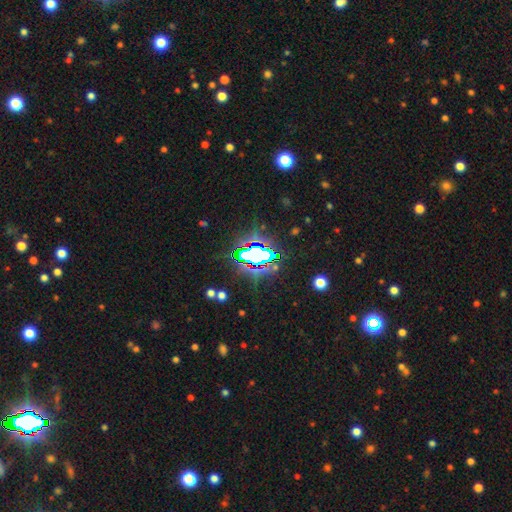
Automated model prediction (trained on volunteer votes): This appears to be a star or artifact, not a galaxy (66%).